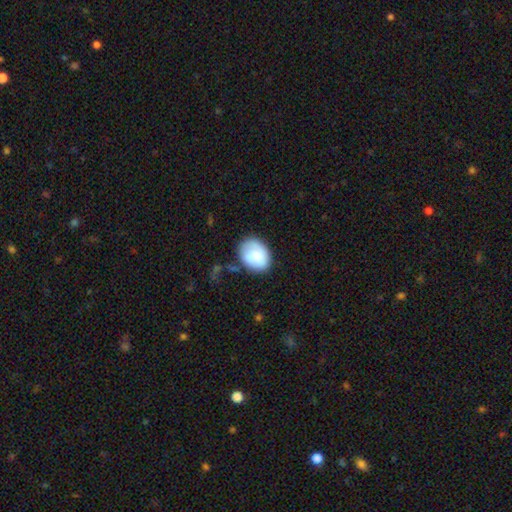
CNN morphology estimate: smooth 76%, featured or disk 17%, star or artifact 7%. Down the decision tree: how rounded — in between (61%); merging — none (68%).